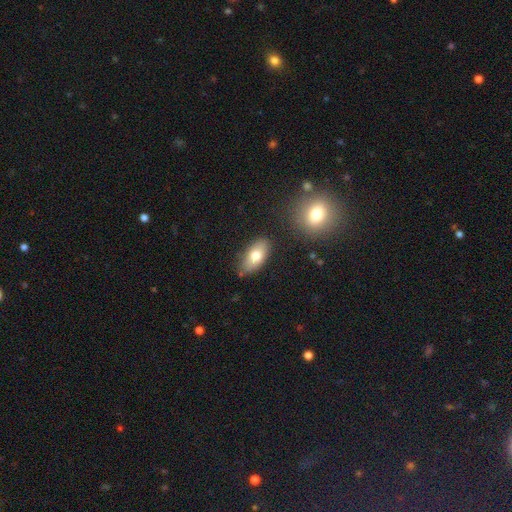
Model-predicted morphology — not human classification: Smooth or featured? smooth (75%)
How rounded? in between (89%)
Merging? none (79%)